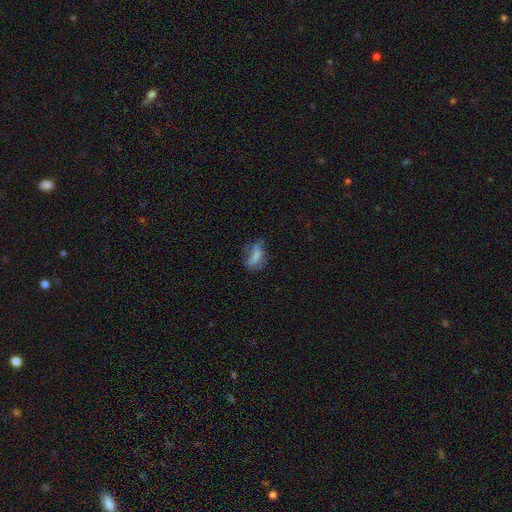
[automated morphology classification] A smooth galaxy with no disk features (64%) that is in between round and cigar-shaped (73%).

Vote fractions:
- Smooth or featured? smooth: 64% / featured or disk: 24% / star or artifact: 12%
- How rounded? in between: 73% / cigar-shaped: 21% / round: 6%
- Merging? none: 39% / minor disturbance: 30% / major disturbance: 27% / merger: 4%